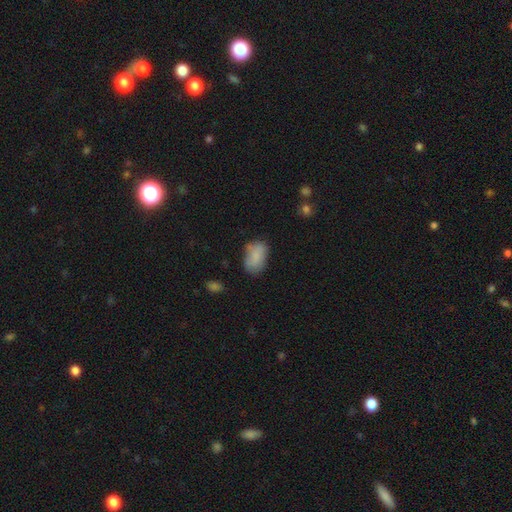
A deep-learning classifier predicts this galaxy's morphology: Smooth or featured? smooth (82%)
How rounded? in between (90%)
Merging? none (64%)